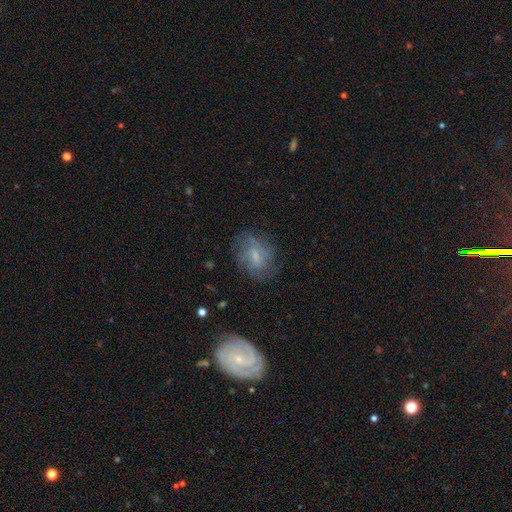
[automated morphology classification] type=featured or disk (53%); edge-on=no (96%); bar=weak (47%); spiral arms=yes (77%); bulge=small (57%); merging=none (68%).